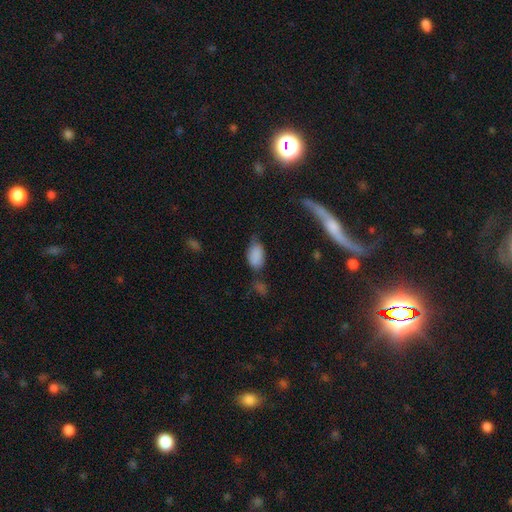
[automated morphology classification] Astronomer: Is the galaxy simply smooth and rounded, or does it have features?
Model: smooth — 83%.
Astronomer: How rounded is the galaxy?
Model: in between — 92%.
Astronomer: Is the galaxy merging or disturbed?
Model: none — 42% (runner-up: minor disturbance, 33%).